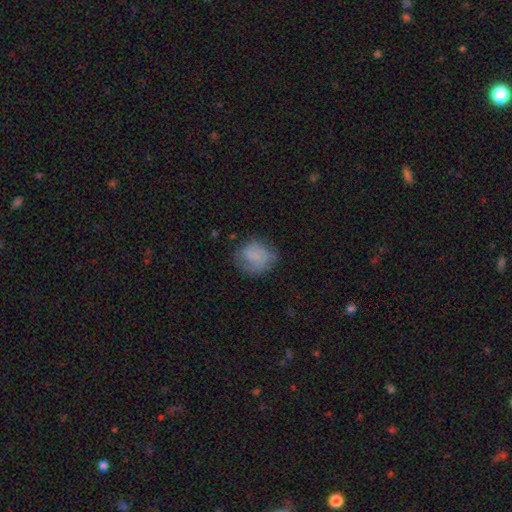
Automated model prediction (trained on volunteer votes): The model was most divided on "merging": none: 61%, minor disturbance: 26%, major disturbance: 12%, merger: 2%. More confident: smooth or featured — smooth (75%); how rounded — round (70%).